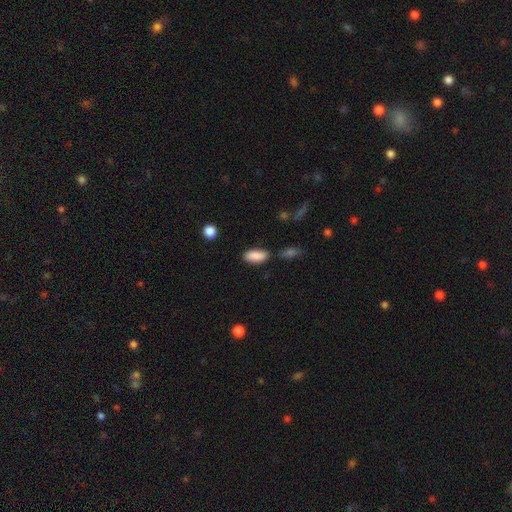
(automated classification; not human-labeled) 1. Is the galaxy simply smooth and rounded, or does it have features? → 88% smooth, 7% star or artifact, 5% featured or disk.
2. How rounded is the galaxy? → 89% in between, 8% cigar-shaped, 2% round.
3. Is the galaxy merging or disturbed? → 74% none, 16% minor disturbance, 7% merger, 4% major disturbance.